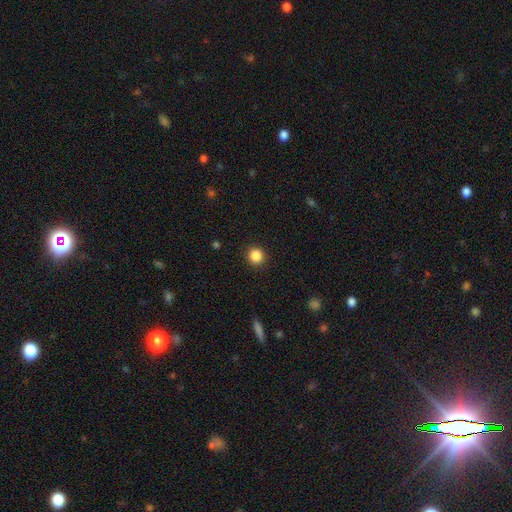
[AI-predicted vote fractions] A smooth galaxy with no disk features (87%) that is round (92%). Merging: none (91%).